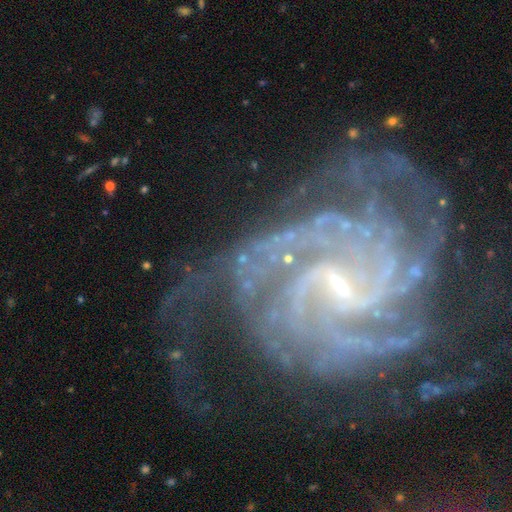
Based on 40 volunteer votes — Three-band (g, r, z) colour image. It shows a featured or disk galaxy (92%) with a weak bar (58%), 4 (42%) tight (47%) spiral arms (100%) and a small central bulge (67%). Merging: none (47%).